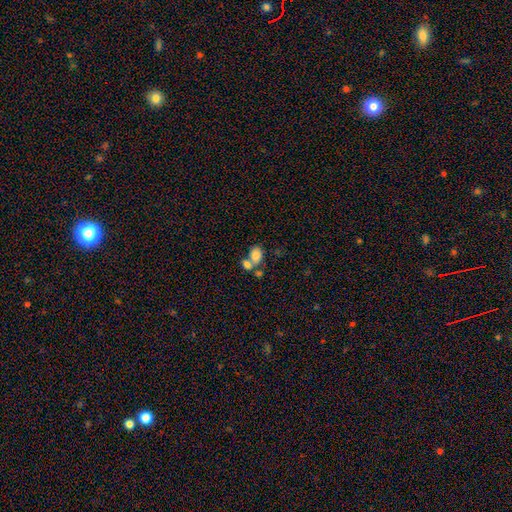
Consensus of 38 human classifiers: smooth 71%, featured or disk 26%, star or artifact 3%. Down the decision tree: how rounded — in between (85%); merging — merger (57%).